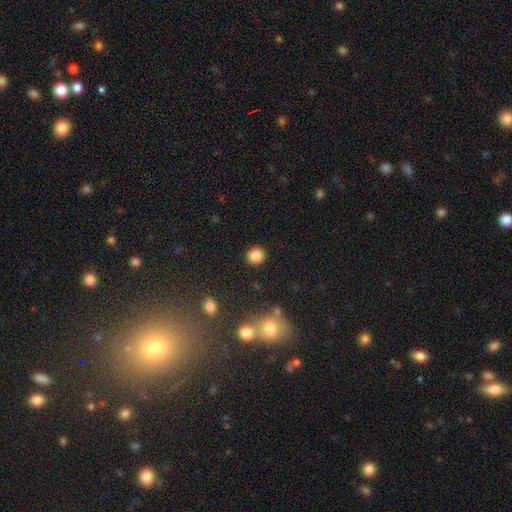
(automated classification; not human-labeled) smooth 86%, star or artifact 10%, featured or disk 4%. Down the decision tree: how rounded — round (86%); merging — none (90%).